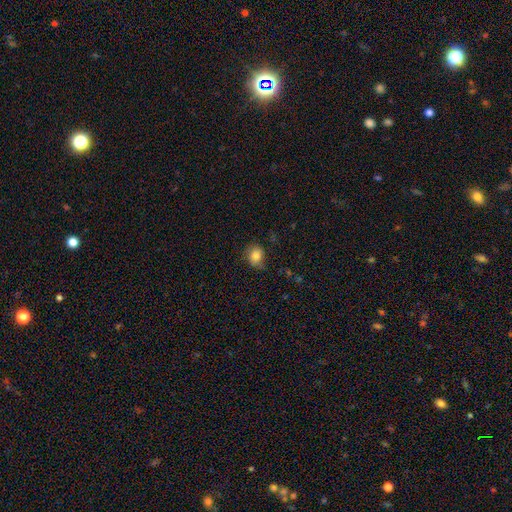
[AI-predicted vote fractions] Smooth or featured?
  - smooth: 81% *
  - star or artifact: 10%
  - featured or disk: 9%
How rounded?
  - round: 64% *
  - in between: 35%
  - cigar-shaped: 1%
Merging?
  - none: 69% *
  - minor disturbance: 23%
  - major disturbance: 6%
  - merger: 1%